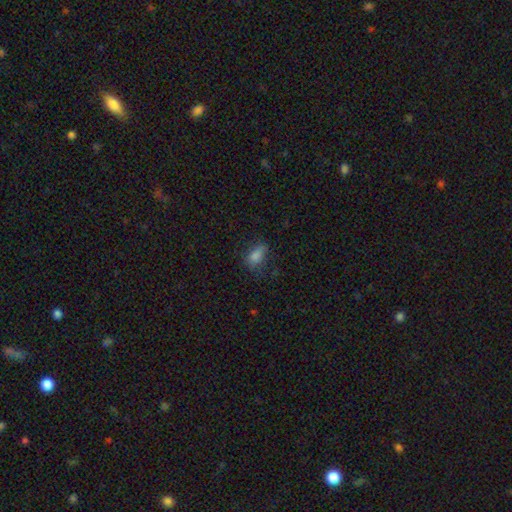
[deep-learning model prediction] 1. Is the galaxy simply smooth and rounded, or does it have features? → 81% smooth, 12% star or artifact, 7% featured or disk.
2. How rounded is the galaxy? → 85% in between, 9% round, 7% cigar-shaped.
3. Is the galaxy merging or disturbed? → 60% none, 28% minor disturbance, 10% major disturbance, 2% merger.